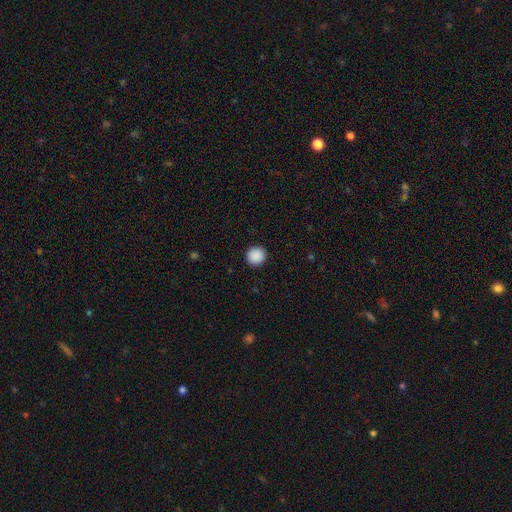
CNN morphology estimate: The model was most divided on "smooth or featured": smooth: 90%, star or artifact: 8%, featured or disk: 2%. More confident: how rounded — round (95%); merging — none (93%).